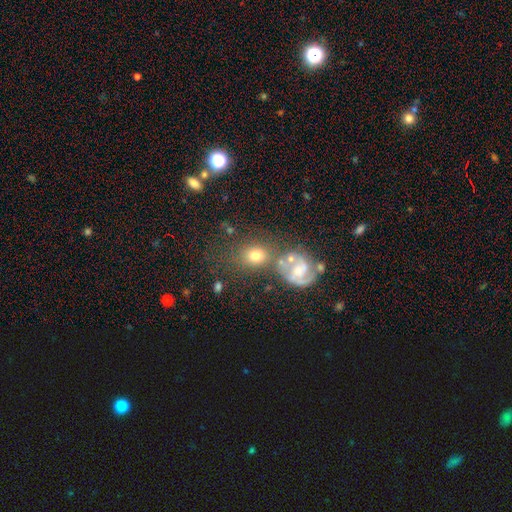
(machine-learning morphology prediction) This appears to be a smooth galaxy with no disk features (65%) that is round (63%). Merging: none (55%).